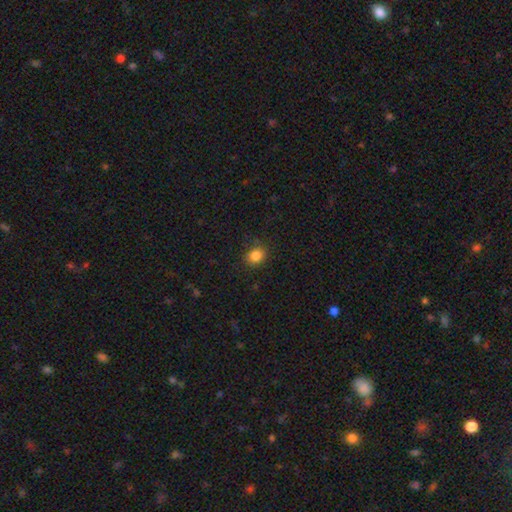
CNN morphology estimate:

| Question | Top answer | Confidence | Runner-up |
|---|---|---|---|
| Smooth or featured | smooth | 84% | star or artifact (11%) |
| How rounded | round | 66% | in between (33%) |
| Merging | none | 85% | minor disturbance (11%) |